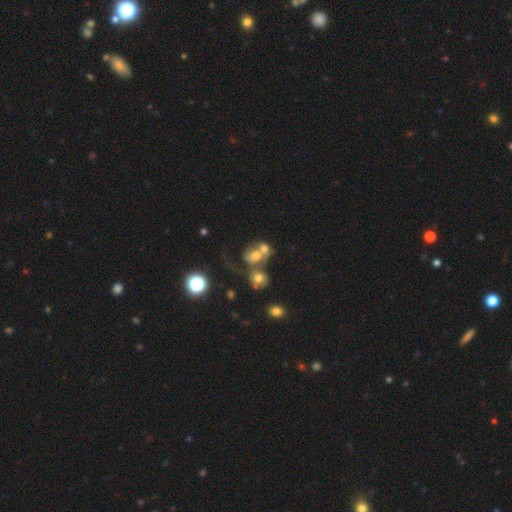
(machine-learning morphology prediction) Overall: smooth (53%; featured or disk 31%). How rounded: round (55%; in between 44%). Merging: merger (63%).